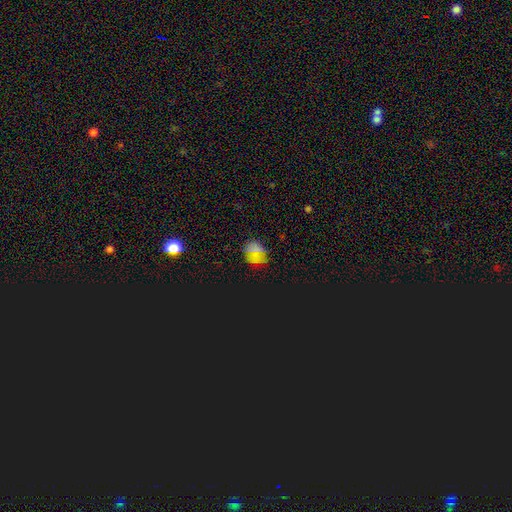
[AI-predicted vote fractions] Smooth or featured? Predicted: smooth (p=0.47). Merging? Predicted: none (p=0.77).